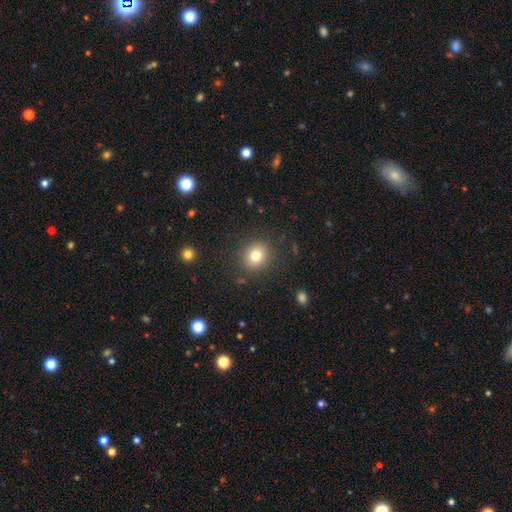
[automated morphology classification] smooth-or-featured: smooth: 79% | star or artifact: 12% | featured or disk: 9%
  how-rounded: round: 77% | in between: 22% | cigar-shaped: 1%
  merging: none: 87% | minor disturbance: 8% | major disturbance: 3% | merger: 1%